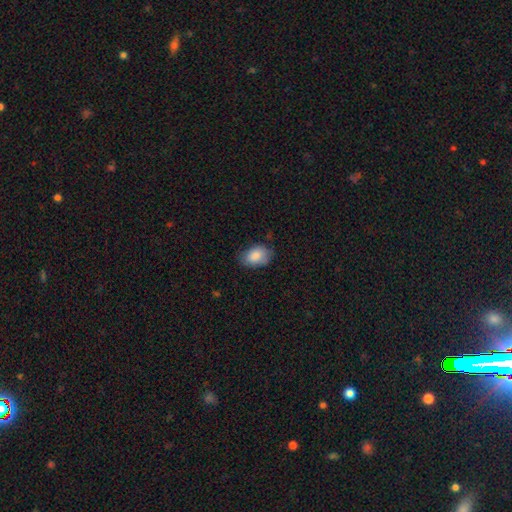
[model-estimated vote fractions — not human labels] Smooth or featured: smooth — 86% (featured or disk — 7%)
How rounded: in between — 86% (round — 13%)
Merging: none — 71% (minor disturbance — 23%)